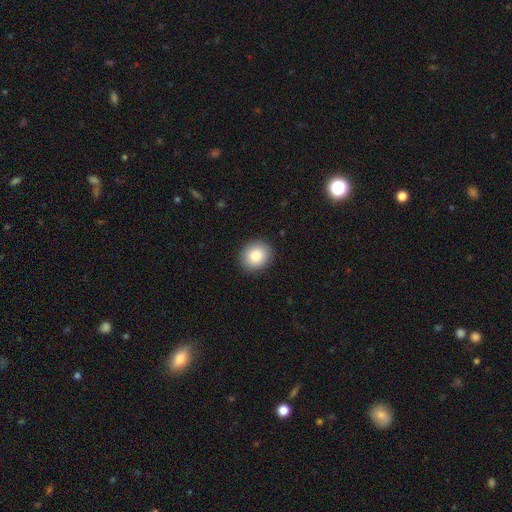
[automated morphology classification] A smooth galaxy with no disk features (85%) that is round (76%).

Vote fractions:
- Smooth or featured? smooth: 85% / star or artifact: 8% / featured or disk: 7%
- How rounded? round: 76% / in between: 23% / cigar-shaped: 1%
- Merging? none: 90% / minor disturbance: 7% / major disturbance: 2% / merger: 1%